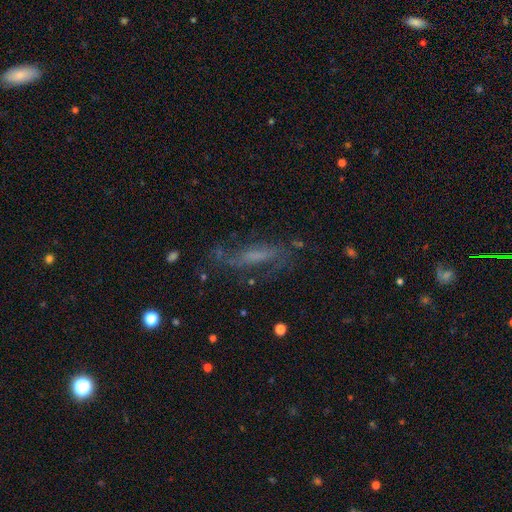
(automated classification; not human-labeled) Overall: featured or disk (58%; smooth 27%). Edge-on disk: no (71%). Merging: none (62%).